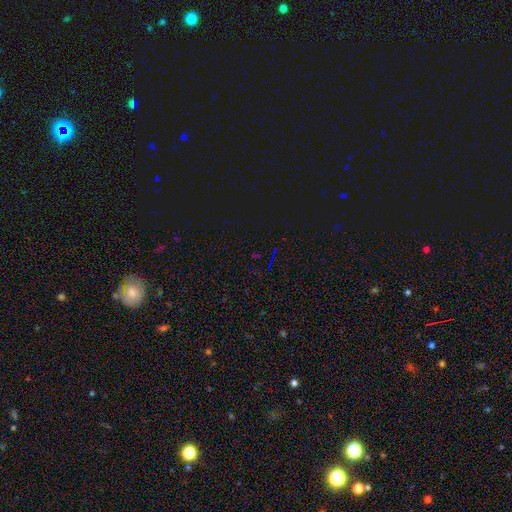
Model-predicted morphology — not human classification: star or artifact 75%, smooth 14%, featured or disk 11%.